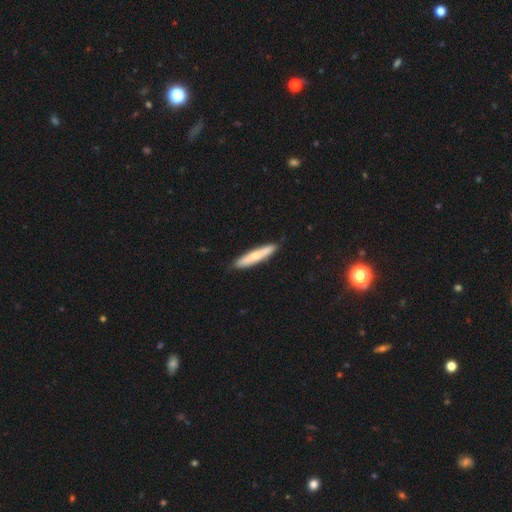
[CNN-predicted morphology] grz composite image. It shows a smooth galaxy with no disk features (67%) that is cigar-shaped (92%). Merging: none (89%).